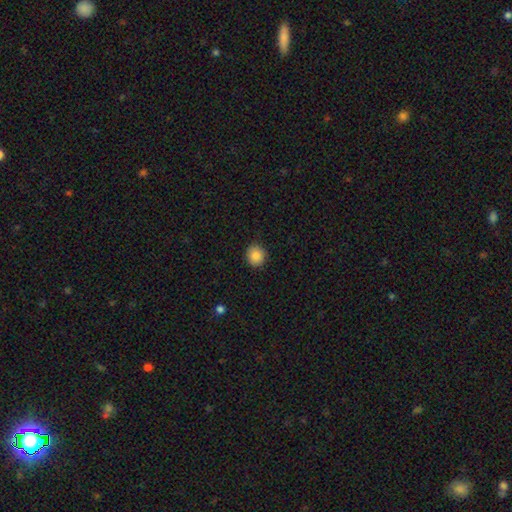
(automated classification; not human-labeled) Smooth or featured?
  - smooth: 87% *
  - star or artifact: 9%
  - featured or disk: 4%
How rounded?
  - round: 83% *
  - in between: 16%
  - cigar-shaped: 1%
Merging?
  - none: 89% *
  - minor disturbance: 8%
  - major disturbance: 2%
  - merger: 1%